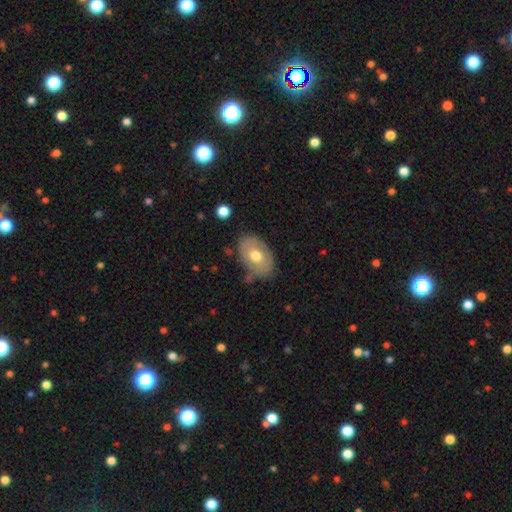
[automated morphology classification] Smooth or featured? smooth (59%)
How rounded? in between (83%)
Merging? none (66%)